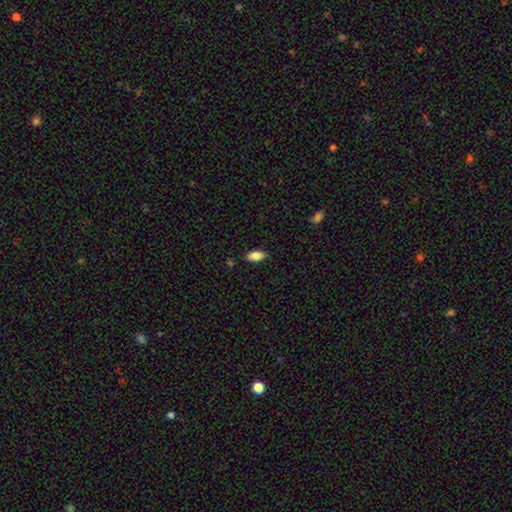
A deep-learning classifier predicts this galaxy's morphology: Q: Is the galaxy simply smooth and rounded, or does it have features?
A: smooth — 81%.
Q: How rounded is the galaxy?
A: in between — 89%.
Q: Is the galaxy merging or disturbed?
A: none — 85%.